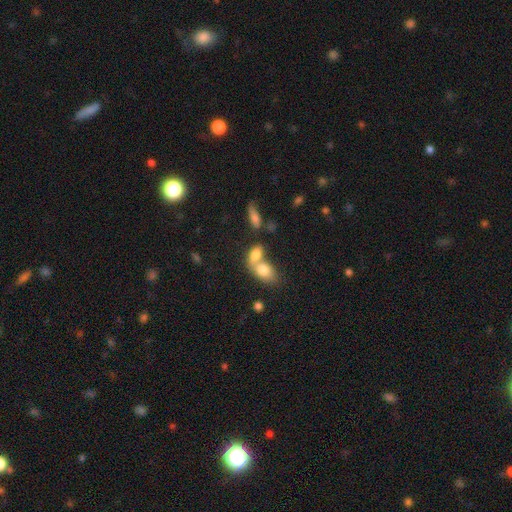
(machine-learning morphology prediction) A smooth galaxy with no disk features (78%) that is in between round and cigar-shaped (83%). Merging: merger (69%).